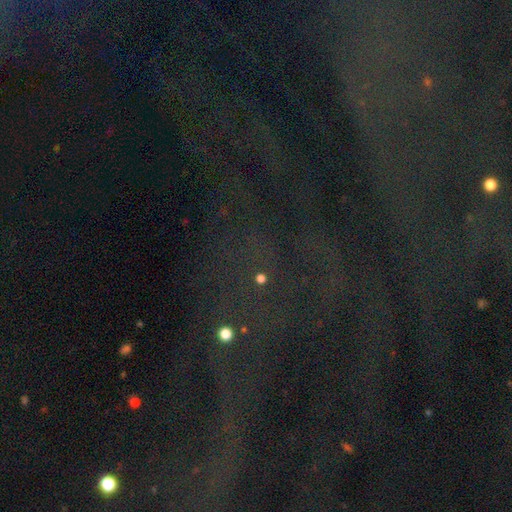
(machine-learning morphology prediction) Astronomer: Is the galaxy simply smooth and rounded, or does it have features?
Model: star or artifact — 77%.